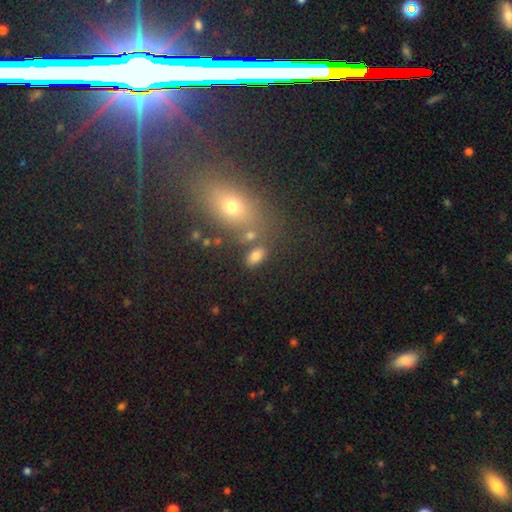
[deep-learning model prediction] smooth 78%, star or artifact 13%, featured or disk 9%. Down the decision tree: how rounded — in between (88%); merging — none (71%).